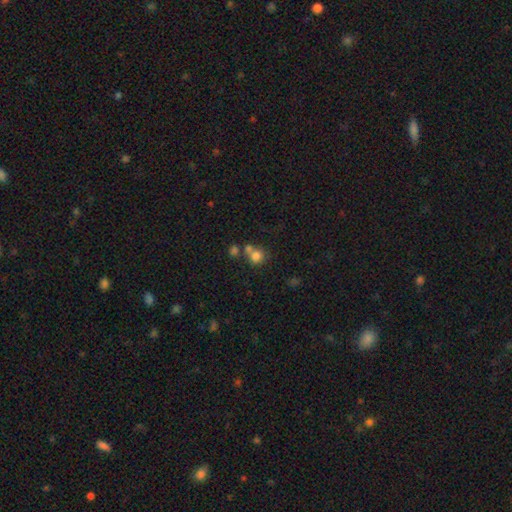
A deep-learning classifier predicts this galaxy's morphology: Smooth or featured: smooth — 78% (star or artifact — 12%)
How rounded: round — 85% (in between — 14%)
Merging: none — 48% (merger — 39%)